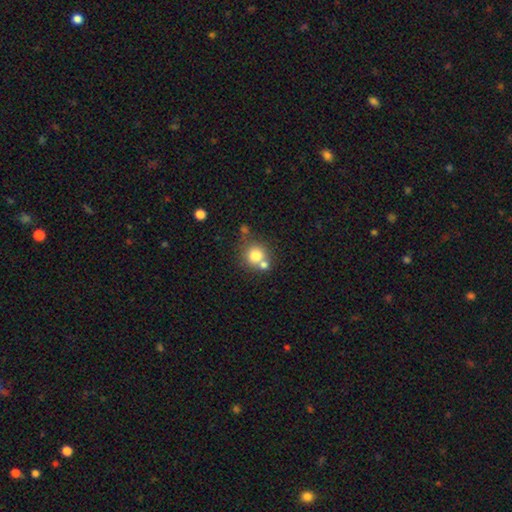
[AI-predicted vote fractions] smooth_or_featured: smooth (p=0.77) [alt: featured or disk p=0.12]
how_rounded: round (p=0.89) [alt: in between p=0.11]
merging: none (p=0.55) [alt: merger p=0.32]